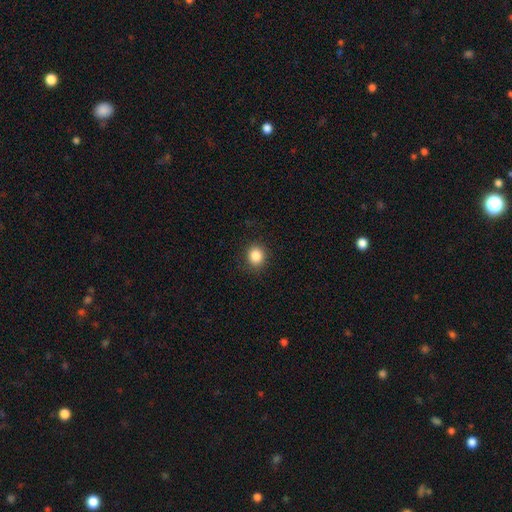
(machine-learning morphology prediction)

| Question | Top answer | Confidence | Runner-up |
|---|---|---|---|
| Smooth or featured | smooth | 86% | star or artifact (10%) |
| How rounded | round | 80% | in between (19%) |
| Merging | none | 89% | minor disturbance (8%) |